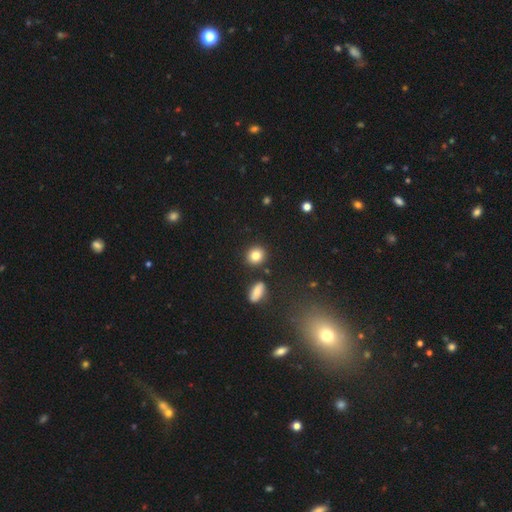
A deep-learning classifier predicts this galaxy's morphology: This is clearly a smooth galaxy (82%). How rounded: likely round (77%). Merging: clearly none (85%).